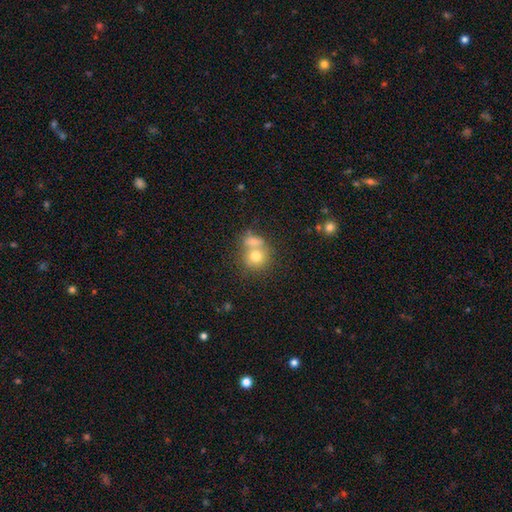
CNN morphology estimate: Smooth or featured: smooth — 72% (featured or disk — 17%)
How rounded: round — 79% (in between — 20%)
Merging: merger — 51% (none — 35%)